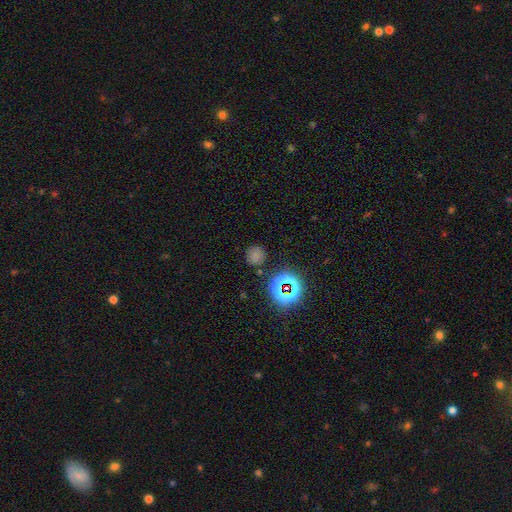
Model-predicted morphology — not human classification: Smooth or featured? Predicted: smooth (p=0.63). How rounded? Predicted: round (p=0.88). Merging? Predicted: none (p=0.81).